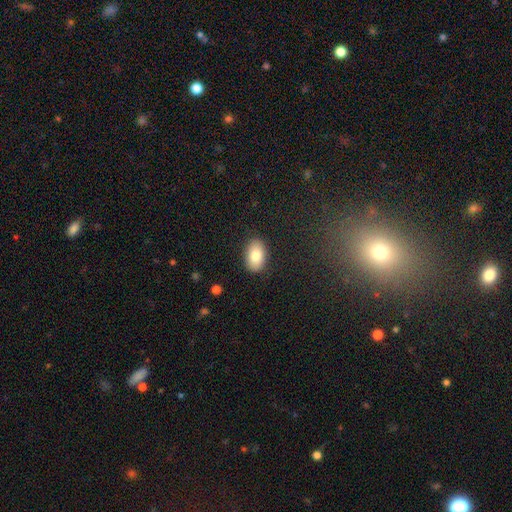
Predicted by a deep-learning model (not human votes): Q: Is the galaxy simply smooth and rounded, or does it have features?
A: smooth — 82%.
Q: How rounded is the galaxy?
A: in between — 91%.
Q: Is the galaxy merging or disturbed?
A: none — 87%.